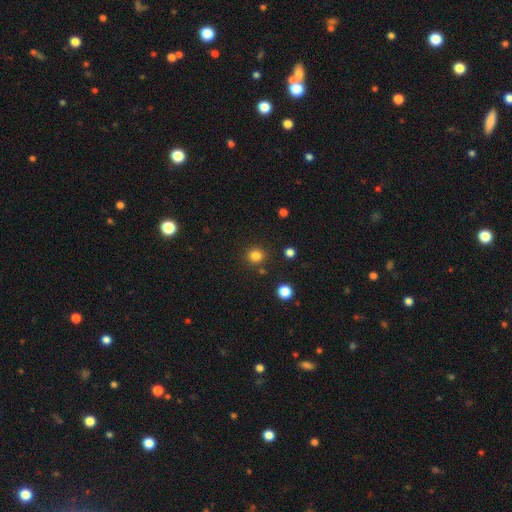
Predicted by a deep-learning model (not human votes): A smooth galaxy with no disk features (82%) that is round (92%).

Vote fractions:
- Smooth or featured? smooth: 82% / star or artifact: 14% / featured or disk: 5%
- How rounded? round: 92% / in between: 7% / cigar-shaped: 1%
- Merging? none: 87% / minor disturbance: 7% / merger: 4% / major disturbance: 2%